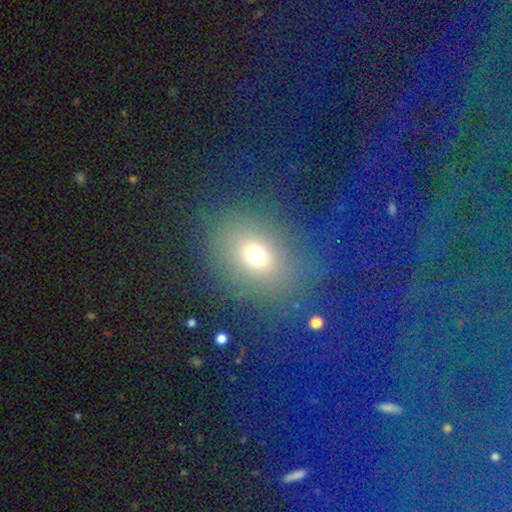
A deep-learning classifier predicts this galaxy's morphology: Overall: smooth (69%). How rounded: round (55%; in between 44%). Merging: none (65%).